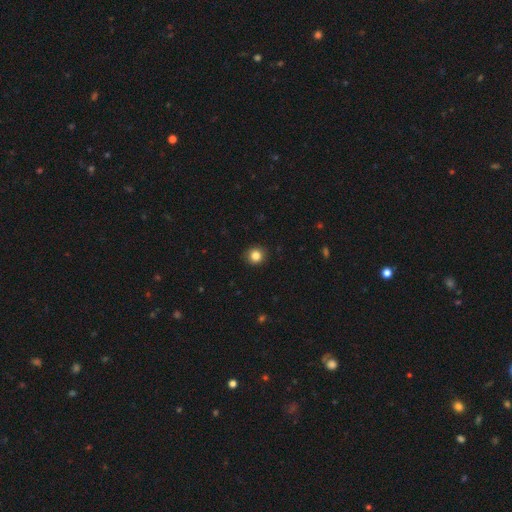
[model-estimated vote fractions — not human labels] A smooth galaxy with no disk features (84%) that is round (93%).

Vote fractions:
- Smooth or featured? smooth: 84% / star or artifact: 11% / featured or disk: 5%
- How rounded? round: 93% / in between: 7% / cigar-shaped: 1%
- Merging? none: 92% / minor disturbance: 6% / major disturbance: 2% / merger: 1%